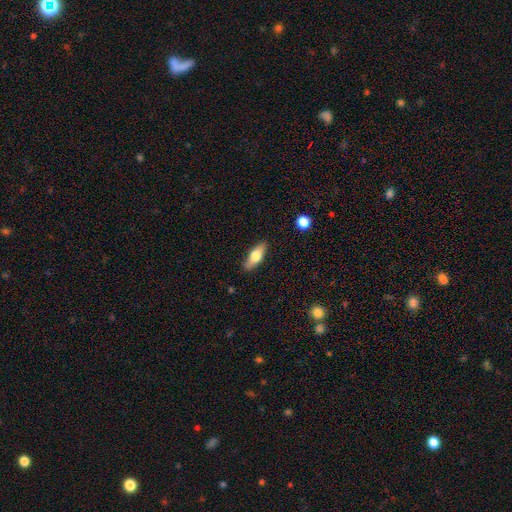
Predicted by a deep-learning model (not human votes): Smooth or featured? Predicted: smooth (p=0.61). How rounded? Predicted: in between (p=0.68). Merging? Predicted: none (p=0.85).